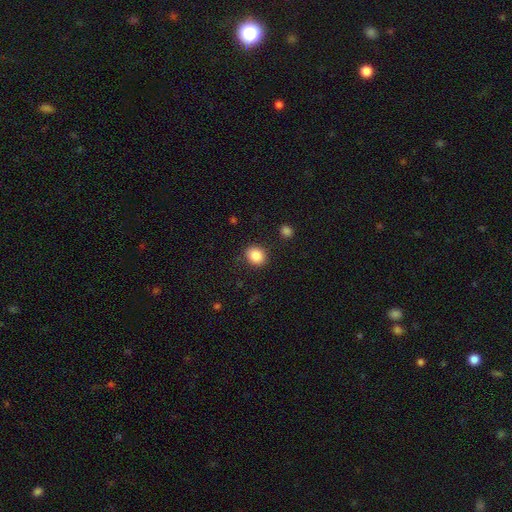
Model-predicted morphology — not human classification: smooth 86%, star or artifact 9%, featured or disk 5%. Down the decision tree: how rounded — round (69%); merging — none (87%).